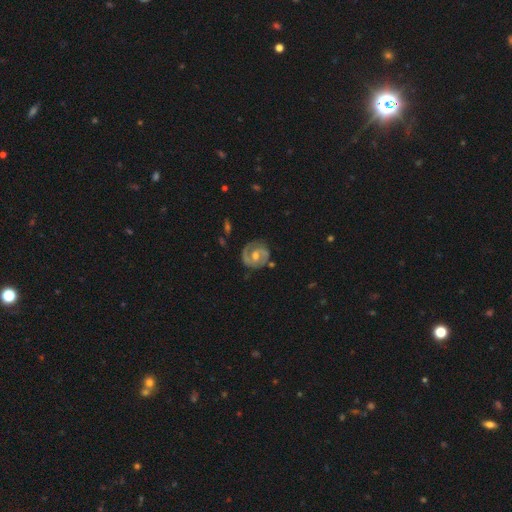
Overall: featured or disk (92%). Edge-on disk: no (97%). Bar: weak (50%; no 44%). Spiral arms: yes (97%). Spiral arm count: 2 (85%). Spiral winding: tight (42%, tied with medium). Bulge size: moderate (82%). Merging: none (86%).